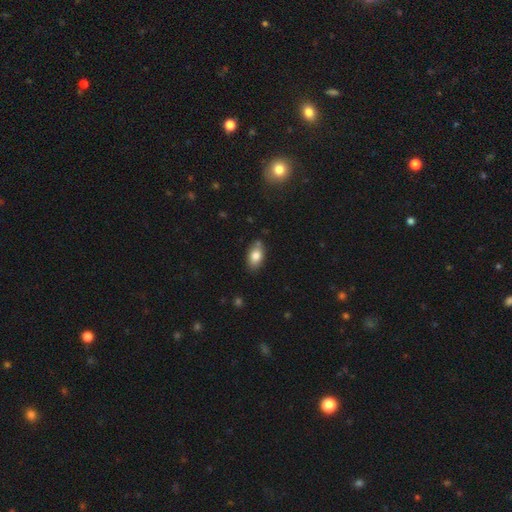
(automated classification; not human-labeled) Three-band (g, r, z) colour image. It shows a smooth galaxy with no disk features (81%) that is in between round and cigar-shaped (91%). Merging: none (77%).